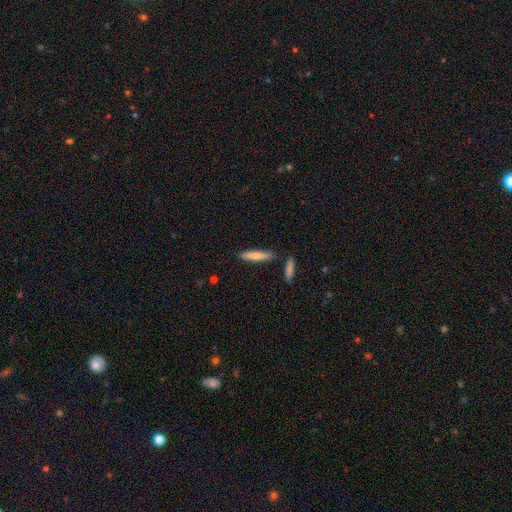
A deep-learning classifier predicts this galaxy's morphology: This appears to be a smooth galaxy with no disk features (71%) that is cigar-shaped (85%). Merging: none (83%).